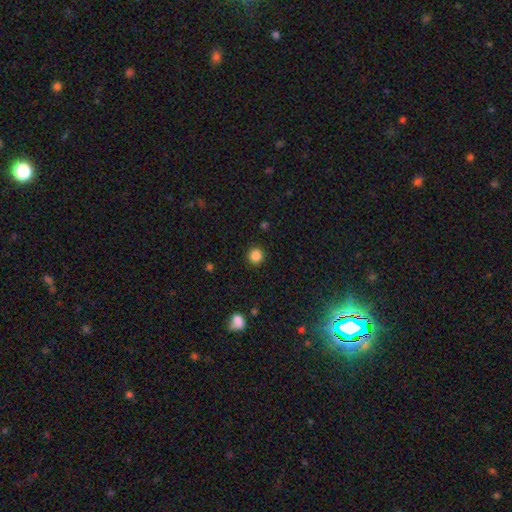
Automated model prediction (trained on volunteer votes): A smooth galaxy with no disk features (86%) that is round (93%). Merging: none (92%).